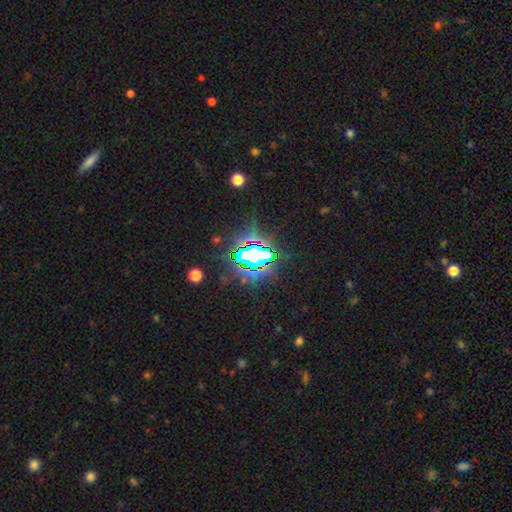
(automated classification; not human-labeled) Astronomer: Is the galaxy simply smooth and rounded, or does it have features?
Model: star or artifact — 80%.